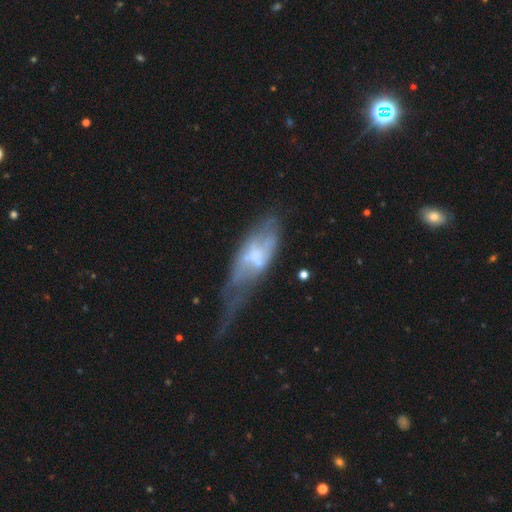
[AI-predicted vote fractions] featured or disk 56%, smooth 36%, star or artifact 8%. Down the decision tree: edge-on disk — no (77%); merging — major disturbance (44%).